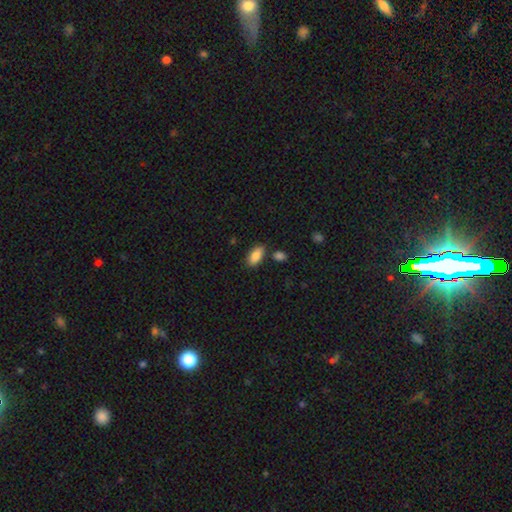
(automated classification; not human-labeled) A smooth galaxy with no disk features (87%) that is in between round and cigar-shaped (91%).

Vote fractions:
- Smooth or featured? smooth: 87% / star or artifact: 7% / featured or disk: 6%
- How rounded? in between: 91% / cigar-shaped: 6% / round: 3%
- Merging? none: 79% / minor disturbance: 12% / merger: 6% / major disturbance: 3%